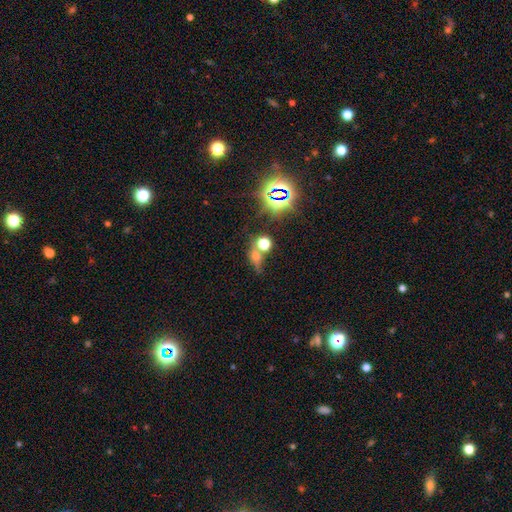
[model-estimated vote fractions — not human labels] A smooth galaxy with no disk features (46%).

Vote fractions:
- Smooth or featured? smooth: 46% / star or artifact: 37% / featured or disk: 16%
- Merging? none: 46% / merger: 30% / minor disturbance: 14% / major disturbance: 11%